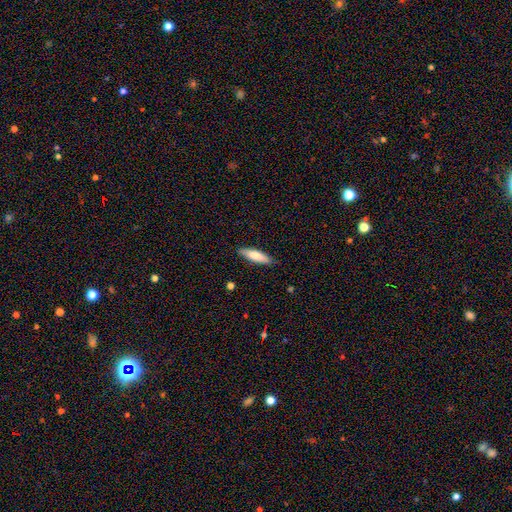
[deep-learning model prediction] This appears to be a smooth galaxy with no disk features (76%) that is cigar-shaped (62%). Merging: none (86%).